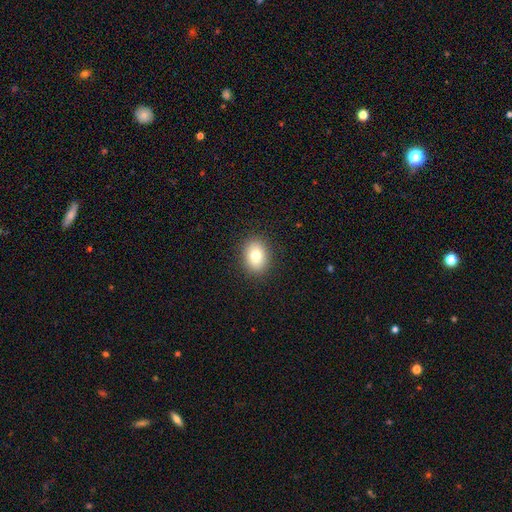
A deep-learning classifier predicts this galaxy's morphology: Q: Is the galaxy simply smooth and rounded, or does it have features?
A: smooth — 78%.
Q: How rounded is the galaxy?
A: in between — 63%.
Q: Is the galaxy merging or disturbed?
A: none — 89%.